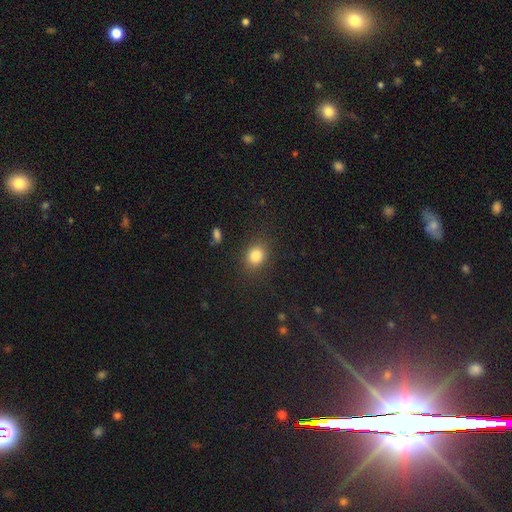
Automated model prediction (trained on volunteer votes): Smooth or featured? smooth (82%)
How rounded? round (54%)
Merging? none (84%)